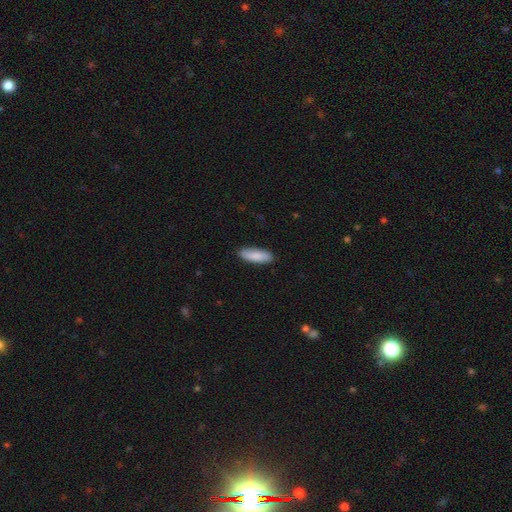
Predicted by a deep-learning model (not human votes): A smooth galaxy with no disk features (87%) that is in between round and cigar-shaped (55%). Merging: none (87%).